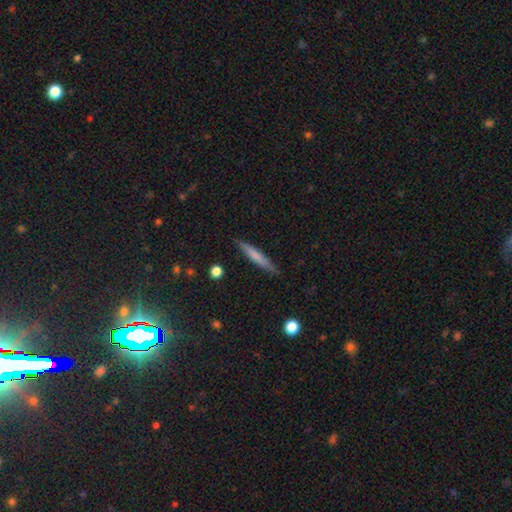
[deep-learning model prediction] Overall: smooth (66%; featured or disk 28%). How rounded: cigar-shaped (94%). Merging: none (87%).